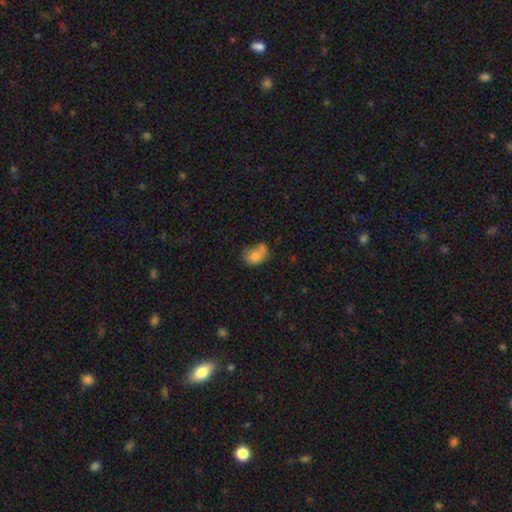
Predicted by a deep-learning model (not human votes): A smooth galaxy with no disk features (76%) that is in between round and cigar-shaped (64%). Merging: merger (34%).